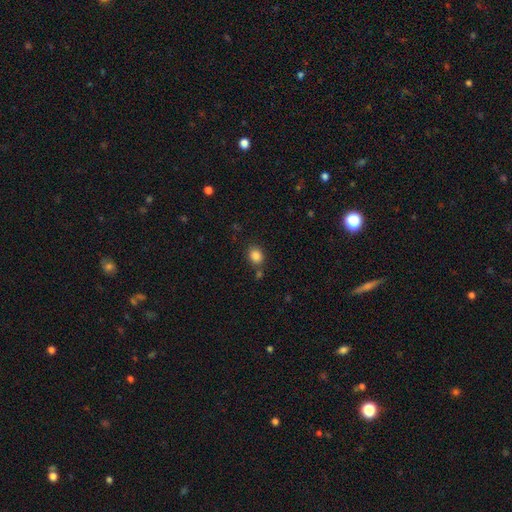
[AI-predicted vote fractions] smooth 85%, star or artifact 10%, featured or disk 5%. Down the decision tree: how rounded — round (53%); merging — none (77%).